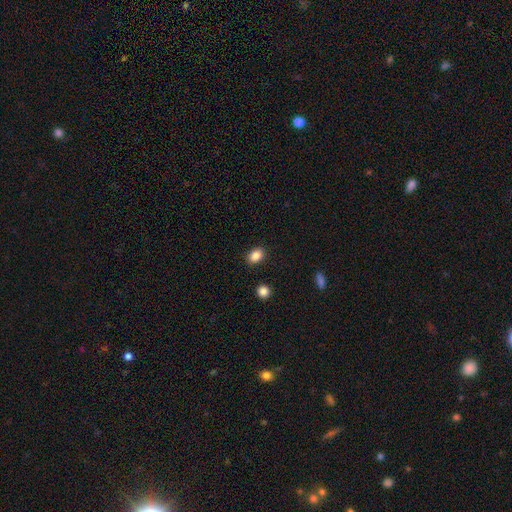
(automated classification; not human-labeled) Smooth or featured? Predicted: smooth (p=0.87). How rounded? Predicted: in between (p=0.73). Merging? Predicted: none (p=0.88).